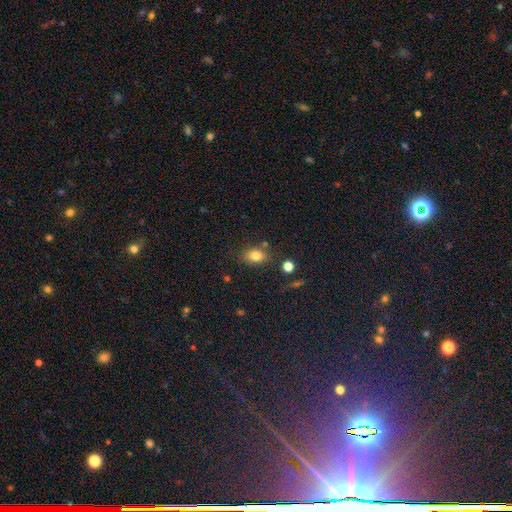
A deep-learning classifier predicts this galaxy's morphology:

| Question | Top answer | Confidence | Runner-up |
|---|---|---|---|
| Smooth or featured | smooth | 79% | star or artifact (11%) |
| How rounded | in between | 69% | round (29%) |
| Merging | none | 76% | minor disturbance (14%) |